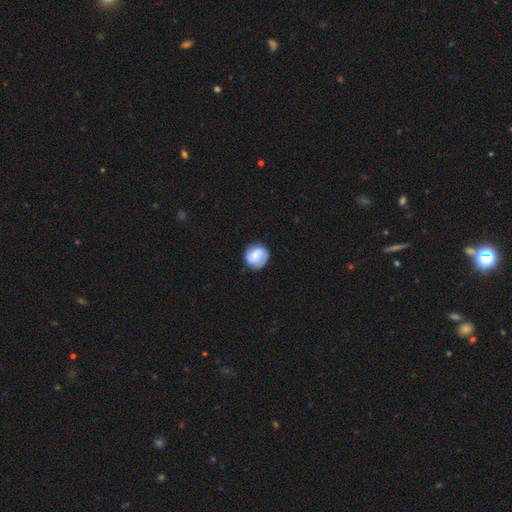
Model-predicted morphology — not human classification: smooth-or-featured: smooth: 63% | featured or disk: 30% | star or artifact: 7%
  how-rounded: round: 88% | in between: 11% | cigar-shaped: 1%
  merging: none: 79% | minor disturbance: 16% | major disturbance: 4% | merger: 1%